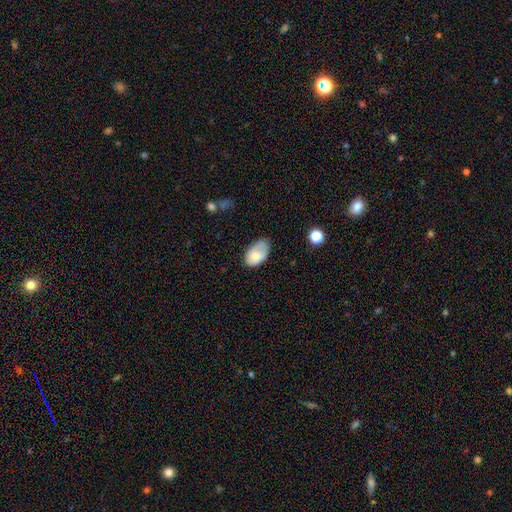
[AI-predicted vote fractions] The model was most divided on "merging": none: 48%, minor disturbance: 38%, major disturbance: 12%, merger: 2%. More confident: how rounded — in between (92%); smooth or featured — smooth (75%).